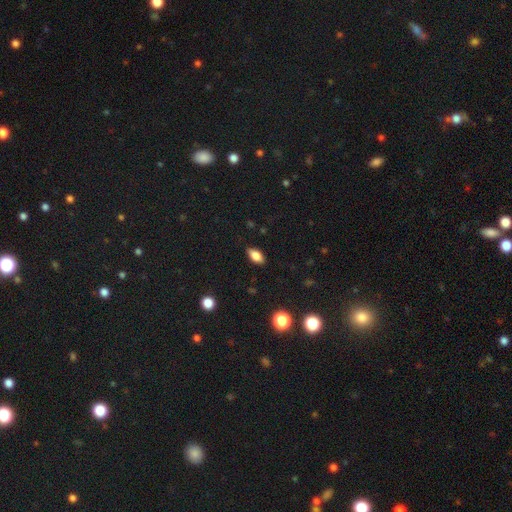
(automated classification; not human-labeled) Q: Smooth or featured?
A: smooth (81%); runner-up: featured or disk (11%)
Q: How rounded?
A: in between (89%); runner-up: cigar-shaped (7%)
Q: Merging?
A: none (87%); runner-up: minor disturbance (10%)